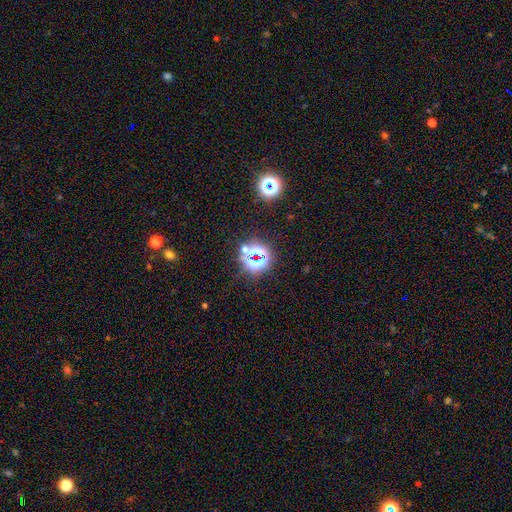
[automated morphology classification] A star or artifact, not a galaxy (68%).